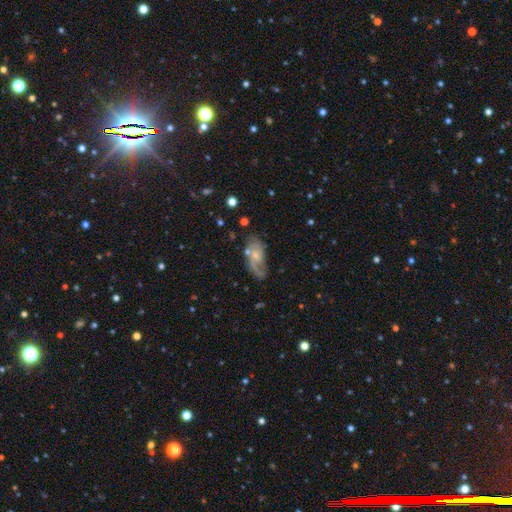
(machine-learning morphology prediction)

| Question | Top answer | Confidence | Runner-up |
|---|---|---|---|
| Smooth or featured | featured or disk | 61% | smooth (31%) |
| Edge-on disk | no | 93% | yes (7%) |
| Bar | no | 68% | weak (27%) |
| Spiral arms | yes | 78% | no (22%) |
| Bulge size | small | 59% | moderate (28%) |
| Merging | none | 49% | minor disturbance (24%) |